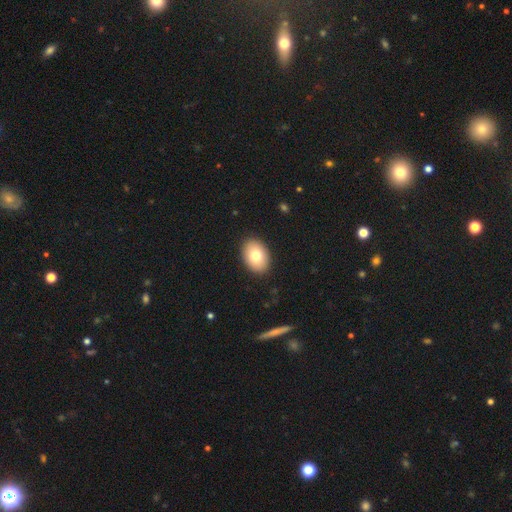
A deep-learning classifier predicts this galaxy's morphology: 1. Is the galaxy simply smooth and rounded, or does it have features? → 79% smooth, 14% featured or disk, 8% star or artifact.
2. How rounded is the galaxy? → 80% in between, 19% round, 1% cigar-shaped.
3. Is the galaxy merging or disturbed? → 91% none, 7% minor disturbance, 2% major disturbance, 1% merger.